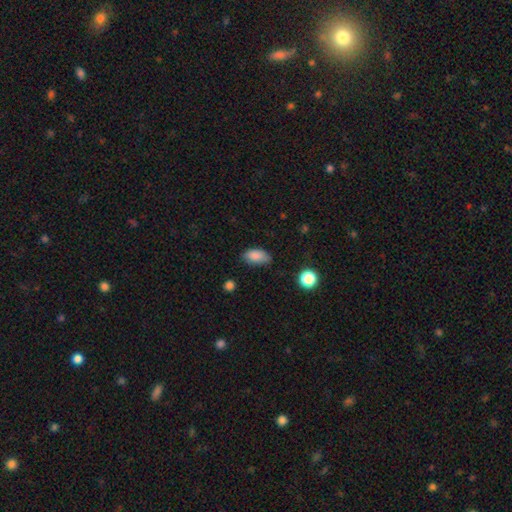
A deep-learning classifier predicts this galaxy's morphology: This is clearly a smooth galaxy (86%). How rounded: clearly in between (92%). Merging: likely none (73%).